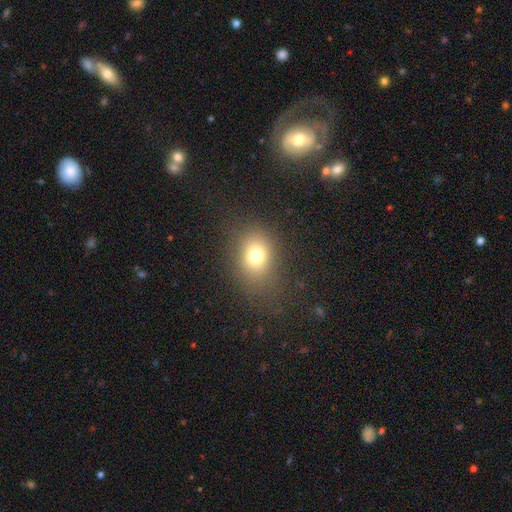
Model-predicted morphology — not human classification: Smooth or featured? smooth (73%)
How rounded? round (51%)
Merging? none (77%)